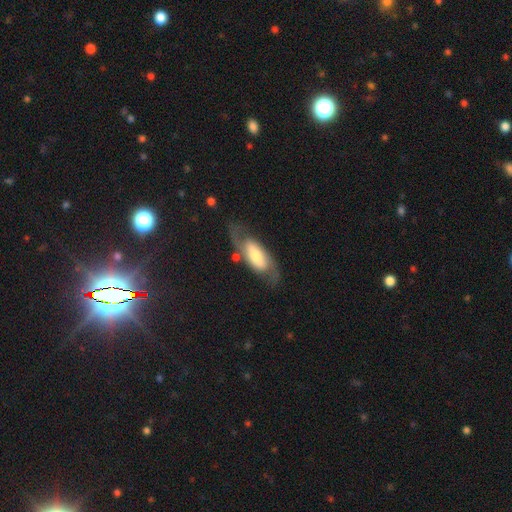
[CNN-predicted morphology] Smooth or featured: featured or disk — 67% (smooth — 27%)
Edge-on disk: no — 88% (yes — 12%)
Bar: no — 38% (weak — 34%)
Spiral arms: yes — 86% (no — 14%)
Spiral winding: medium — 44% (loose — 38%)
Spiral arm count: 2 — 86% (can't tell — 8%)
Bulge size: moderate — 45% (small — 27%)
Merging: none — 65% (minor disturbance — 18%)